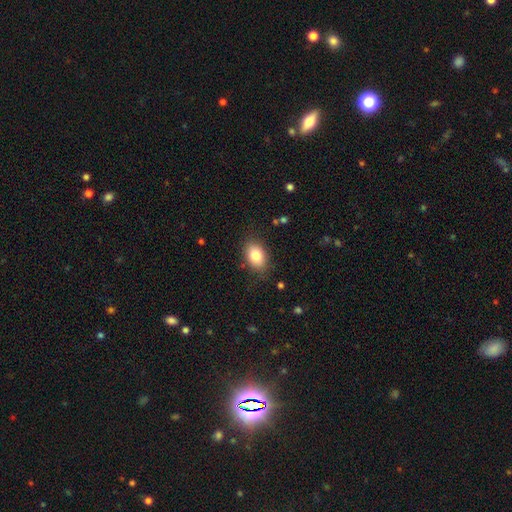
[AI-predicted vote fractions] Smooth or featured? smooth (83%)
How rounded? in between (83%)
Merging? none (82%)